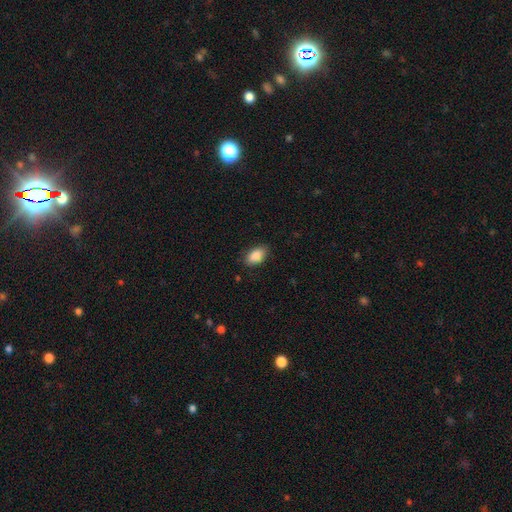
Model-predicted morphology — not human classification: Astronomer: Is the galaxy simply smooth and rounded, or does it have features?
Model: smooth — 89%.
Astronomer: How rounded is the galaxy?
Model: in between — 92%.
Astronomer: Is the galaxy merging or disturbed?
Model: none — 83%.